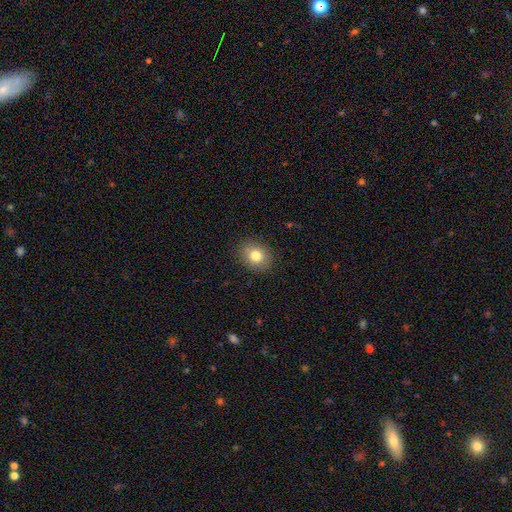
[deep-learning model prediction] smooth 80%, star or artifact 10%, featured or disk 10%. Down the decision tree: how rounded — round (58%); merging — none (87%).